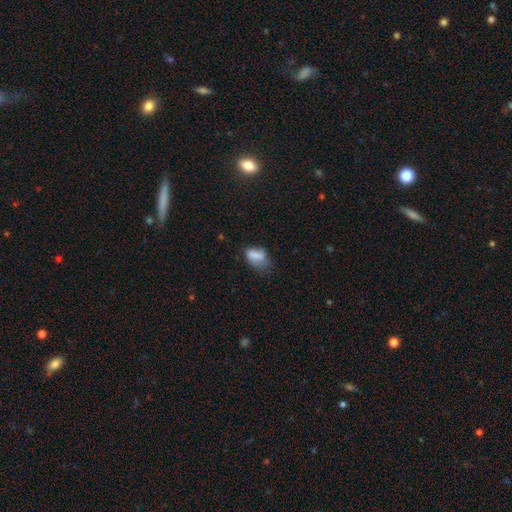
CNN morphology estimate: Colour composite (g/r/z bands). It shows a smooth galaxy with no disk features (72%) that is in between round and cigar-shaped (85%). Merging: none (36%).